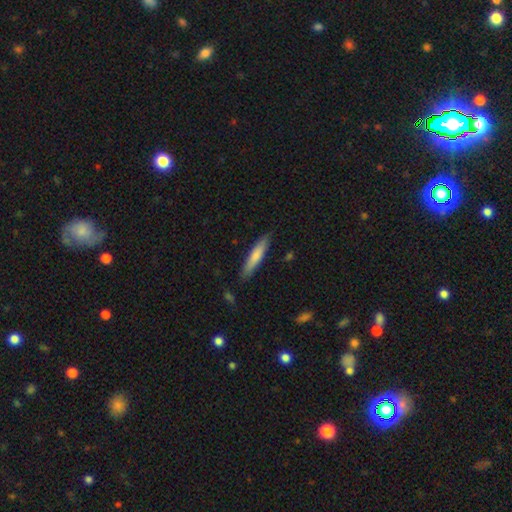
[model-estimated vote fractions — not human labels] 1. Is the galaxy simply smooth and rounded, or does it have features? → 74% smooth, 20% featured or disk, 5% star or artifact.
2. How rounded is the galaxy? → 86% cigar-shaped, 13% in between, 1% round.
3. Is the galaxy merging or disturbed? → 85% none, 11% minor disturbance, 2% major disturbance, 1% merger.